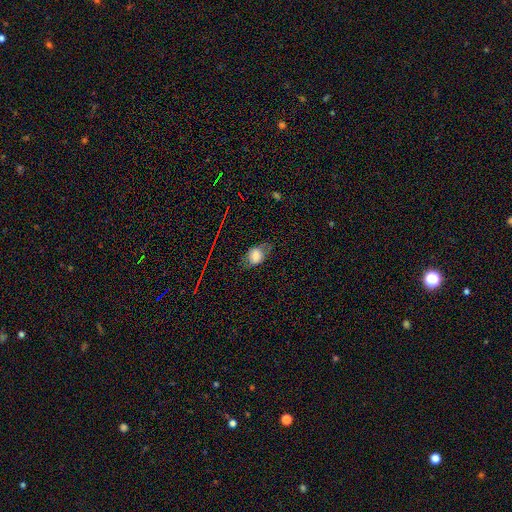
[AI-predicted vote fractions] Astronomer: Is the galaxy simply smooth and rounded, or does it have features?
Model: smooth — 65%.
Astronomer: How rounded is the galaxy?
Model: in between — 73%.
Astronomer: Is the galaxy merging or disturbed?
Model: none — 62%.